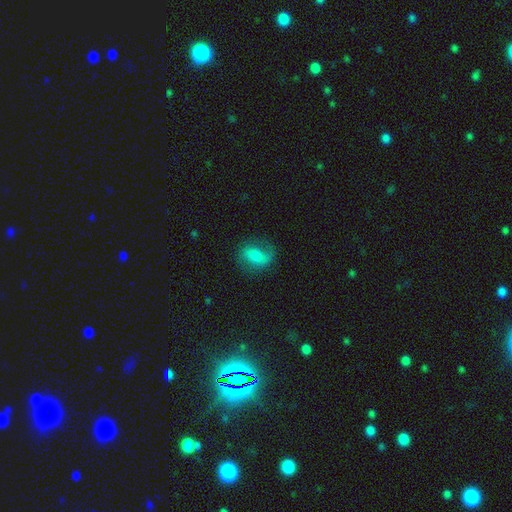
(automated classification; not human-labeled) Q: Smooth or featured?
A: featured or disk (51%); runner-up: smooth (38%)
Q: Edge-on disk?
A: no (95%); runner-up: yes (5%)
Q: Merging?
A: none (72%); runner-up: minor disturbance (18%)